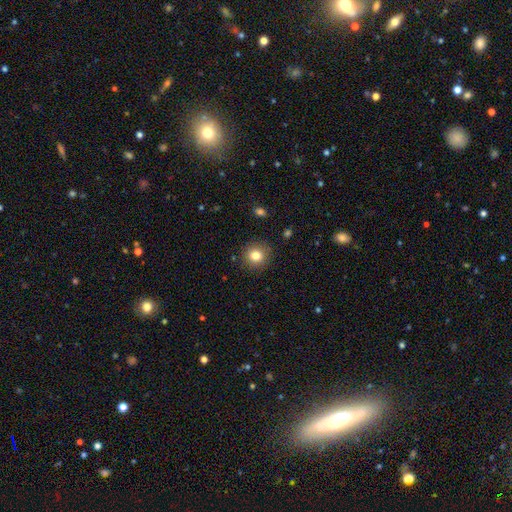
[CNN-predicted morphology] Smooth or featured? smooth (82%)
How rounded? round (89%)
Merging? none (89%)